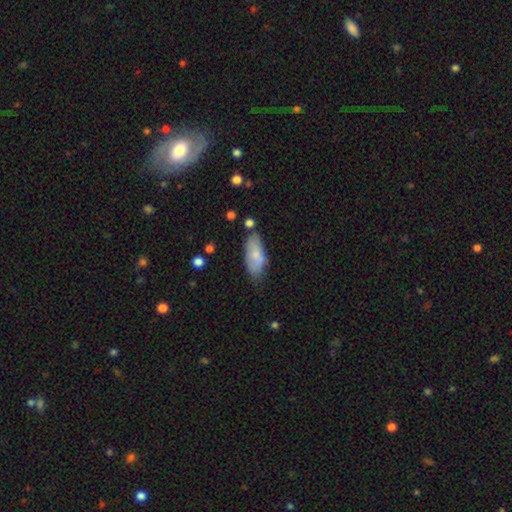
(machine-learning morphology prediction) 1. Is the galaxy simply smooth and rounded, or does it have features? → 75% smooth, 18% featured or disk, 6% star or artifact.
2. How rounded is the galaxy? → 86% in between, 12% cigar-shaped, 2% round.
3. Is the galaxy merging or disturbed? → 62% none, 26% minor disturbance, 6% merger, 6% major disturbance.